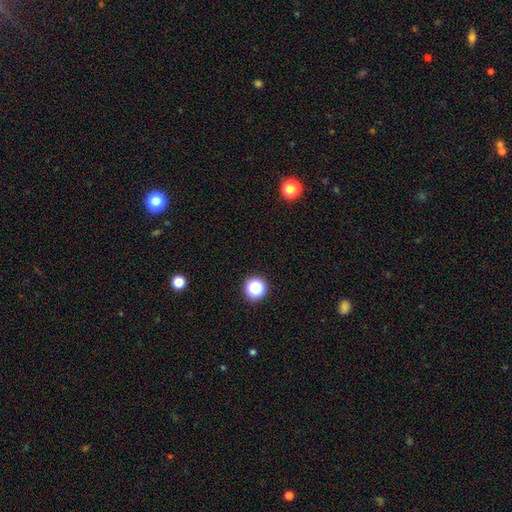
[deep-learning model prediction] Smooth or featured? star or artifact (63%)